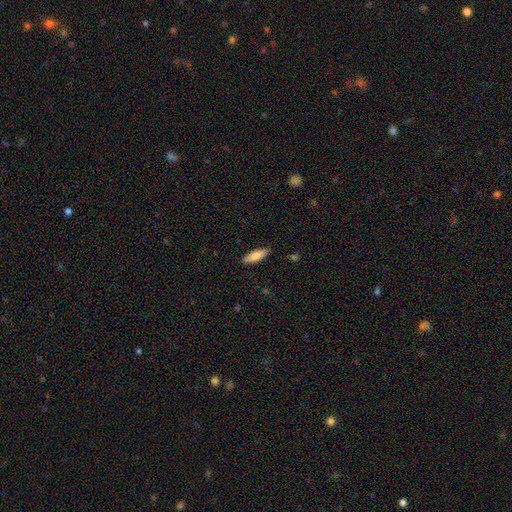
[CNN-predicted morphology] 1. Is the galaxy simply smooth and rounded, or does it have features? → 84% smooth, 11% featured or disk, 6% star or artifact.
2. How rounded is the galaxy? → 52% in between, 47% cigar-shaped, 2% round.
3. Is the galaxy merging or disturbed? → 87% none, 10% minor disturbance, 2% major disturbance, 1% merger.